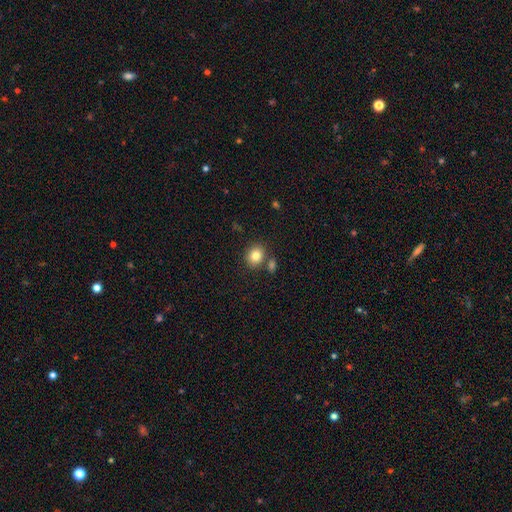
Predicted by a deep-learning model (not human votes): This appears to be a smooth galaxy with no disk features (82%) that is round (62%). Merging: none (73%).